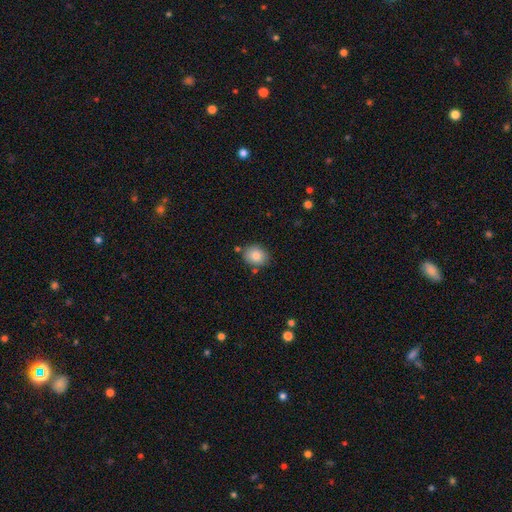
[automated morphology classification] A smooth galaxy with no disk features (84%) that is round (56%). Merging: none (79%).